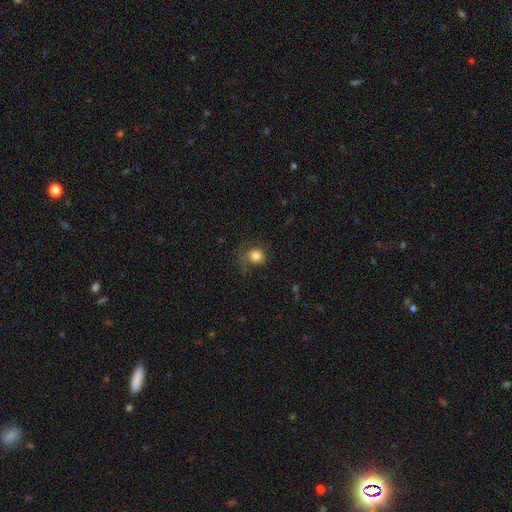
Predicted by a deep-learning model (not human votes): The model was most divided on "merging": none: 54%, minor disturbance: 23%, major disturbance: 21%, merger: 2%. More confident: how rounded — round (82%); smooth or featured — smooth (77%).